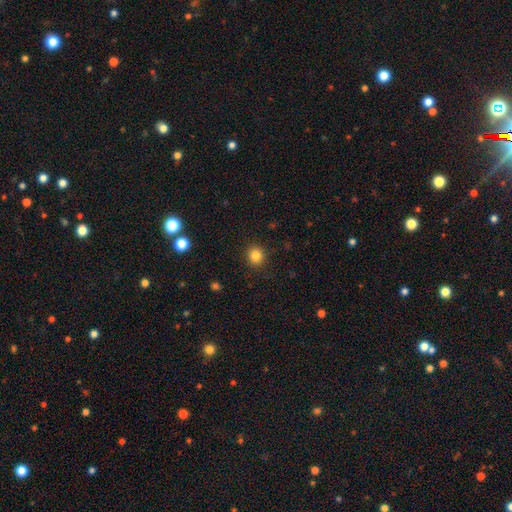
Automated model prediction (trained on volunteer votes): This appears to be a smooth galaxy with no disk features (83%) that is round (90%). Merging: none (91%).